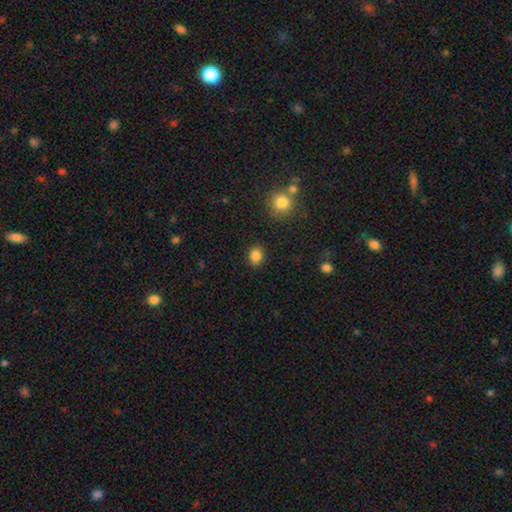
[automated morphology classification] smooth 85%, star or artifact 10%, featured or disk 5%. Down the decision tree: how rounded — in between (53%); merging — none (88%).